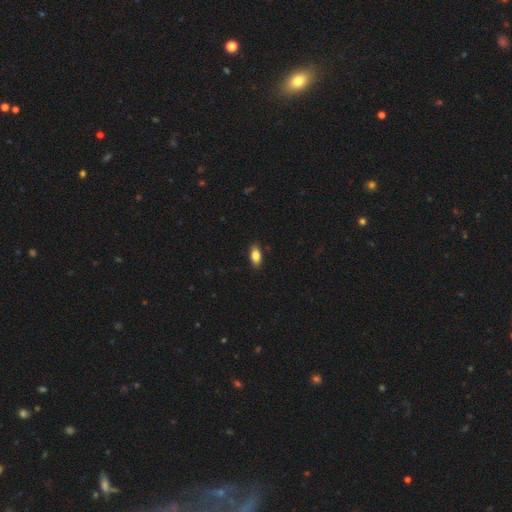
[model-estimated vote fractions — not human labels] The model was most divided on "smooth or featured": smooth: 84%, featured or disk: 9%, star or artifact: 7%. More confident: how rounded — in between (89%); merging — none (88%).